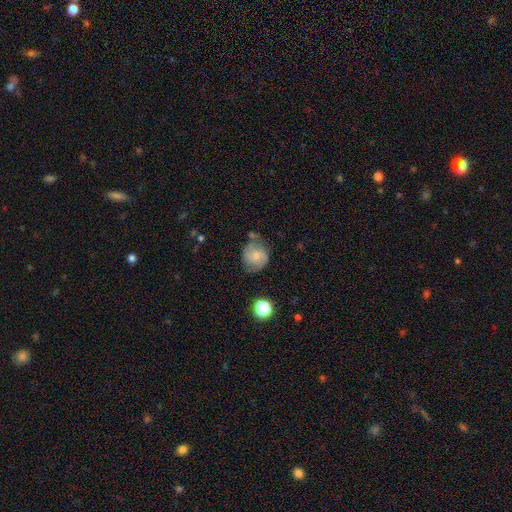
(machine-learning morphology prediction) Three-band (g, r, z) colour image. It shows a featured or disk galaxy (48%). Merging: none (55%).